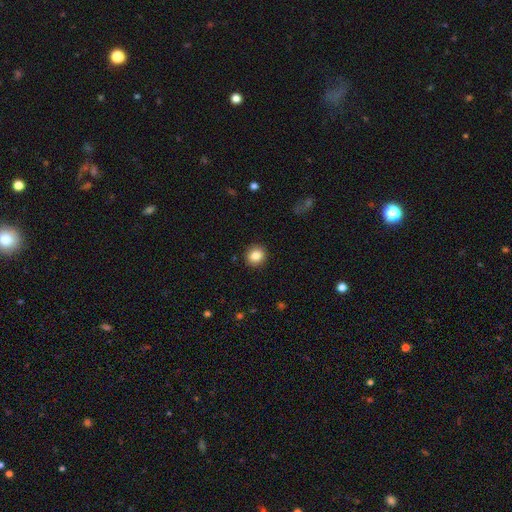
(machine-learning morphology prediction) This appears to be a smooth galaxy with no disk features (85%) that is round (84%). Merging: none (91%).